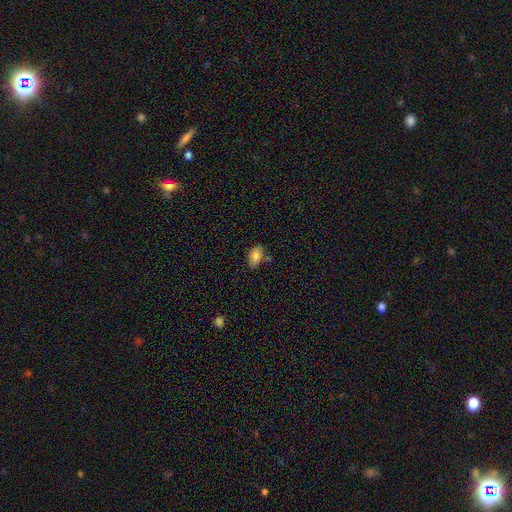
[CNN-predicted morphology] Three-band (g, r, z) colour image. It shows a smooth galaxy with no disk features (80%) that is in between round and cigar-shaped (92%). Merging: none (67%).